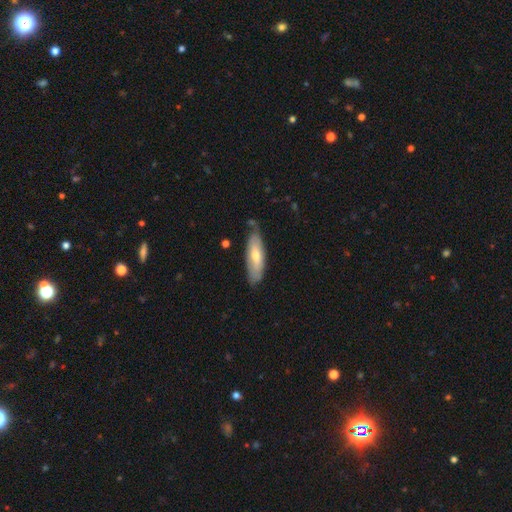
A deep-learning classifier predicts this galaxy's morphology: Smooth or featured? Predicted: smooth (p=0.58). How rounded? Predicted: cigar-shaped (p=0.50). Merging? Predicted: none (p=0.69).